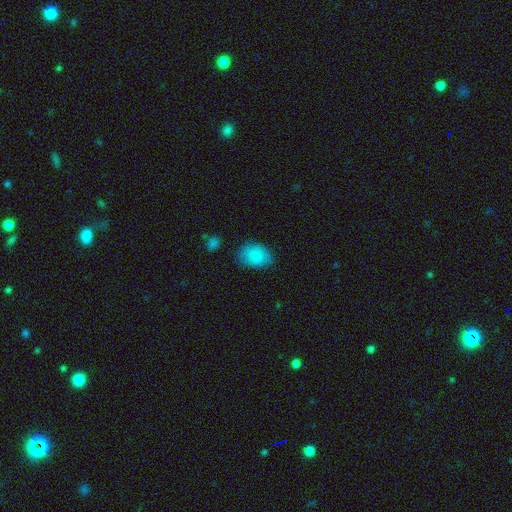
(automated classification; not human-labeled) Smooth or featured?
  - smooth: 83% *
  - featured or disk: 10%
  - star or artifact: 7%
How rounded?
  - in between: 78% *
  - round: 21%
  - cigar-shaped: 1%
Merging?
  - none: 74% *
  - minor disturbance: 19%
  - major disturbance: 5%
  - merger: 2%